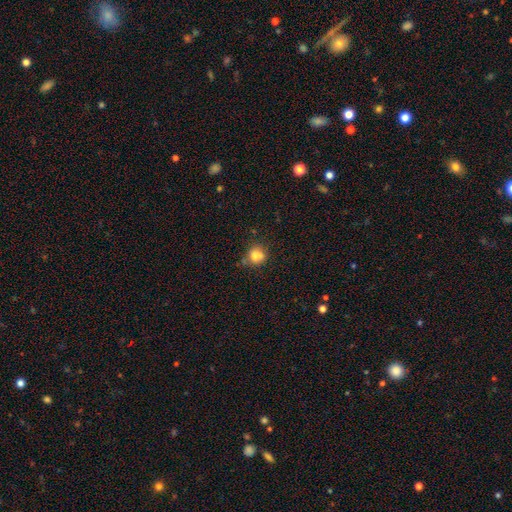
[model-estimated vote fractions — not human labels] Morphology: type=smooth (76%); roundness=round (73%); merging=none (55%).